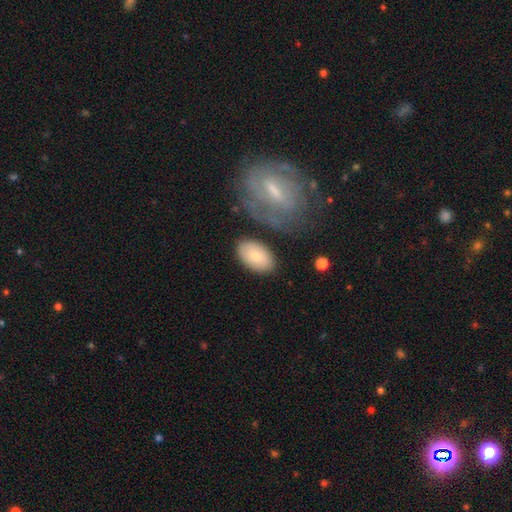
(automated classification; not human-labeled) Smooth or featured?
  - smooth: 79% *
  - featured or disk: 15%
  - star or artifact: 6%
How rounded?
  - in between: 94% *
  - round: 4%
  - cigar-shaped: 2%
Merging?
  - none: 77% *
  - minor disturbance: 14%
  - merger: 6%
  - major disturbance: 4%